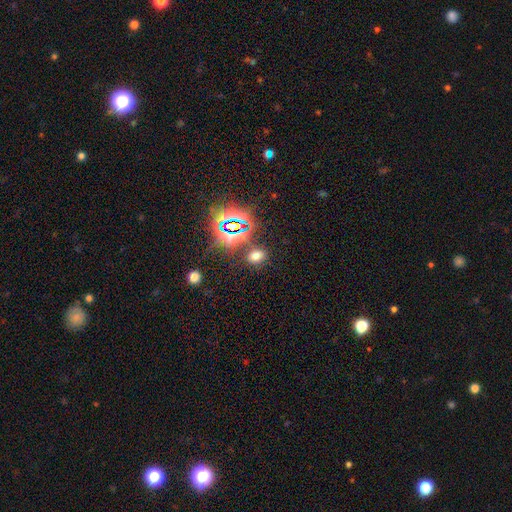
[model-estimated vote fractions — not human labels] A smooth galaxy with no disk features (56%) that is in between round and cigar-shaped (73%).

Vote fractions:
- Smooth or featured? smooth: 56% / star or artifact: 37% / featured or disk: 7%
- How rounded? in between: 73% / round: 25% / cigar-shaped: 2%
- Merging? none: 79% / minor disturbance: 11% / merger: 6% / major disturbance: 4%